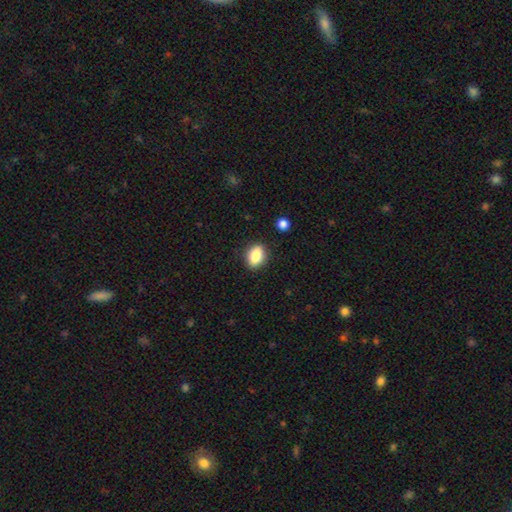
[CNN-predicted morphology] smooth 85%, star or artifact 8%, featured or disk 7%. Down the decision tree: how rounded — in between (78%); merging — none (87%).